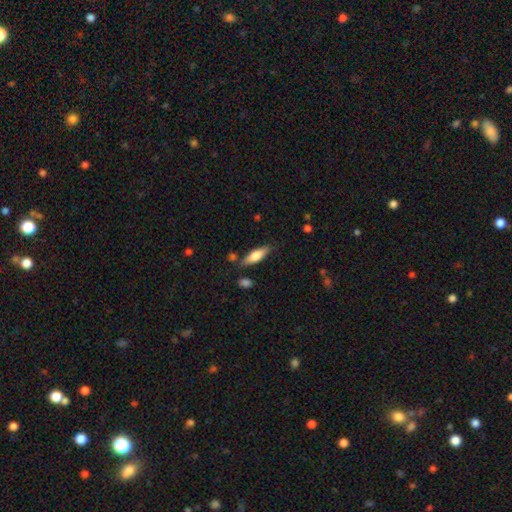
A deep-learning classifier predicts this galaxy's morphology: smooth_or_featured: smooth (p=0.62) [alt: featured or disk p=0.32]
how_rounded: cigar-shaped (p=0.50) [alt: in between p=0.48]
merging: none (p=0.78) [alt: minor disturbance p=0.14]